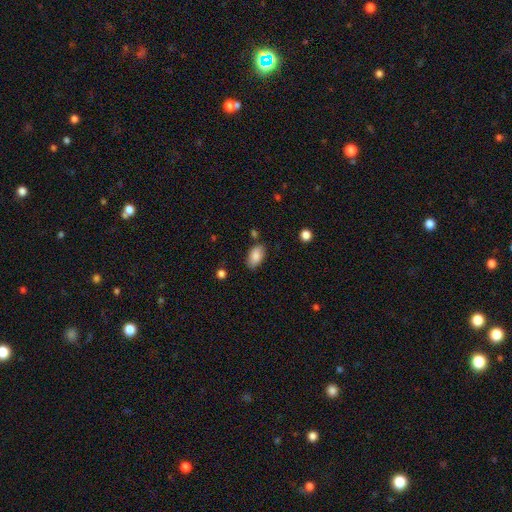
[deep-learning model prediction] Smooth or featured? Predicted: smooth (p=0.84). How rounded? Predicted: in between (p=0.93). Merging? Predicted: none (p=0.78).